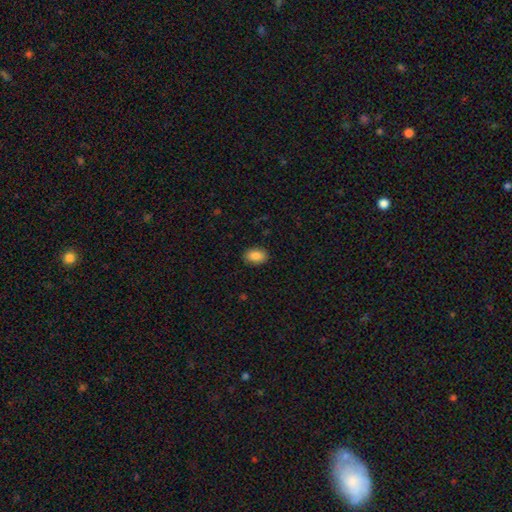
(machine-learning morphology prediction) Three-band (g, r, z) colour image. It shows a smooth galaxy with no disk features (88%) that is in between round and cigar-shaped (87%). Merging: none (89%).